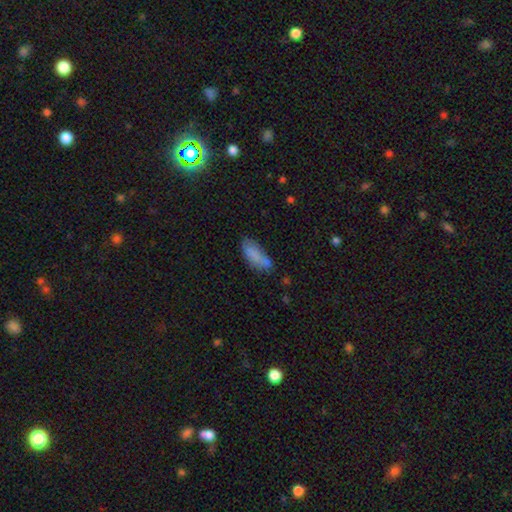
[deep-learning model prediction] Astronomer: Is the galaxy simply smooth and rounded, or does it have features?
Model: smooth — 78%.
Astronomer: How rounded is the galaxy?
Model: in between — 64%.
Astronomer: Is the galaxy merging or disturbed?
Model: none — 54%.